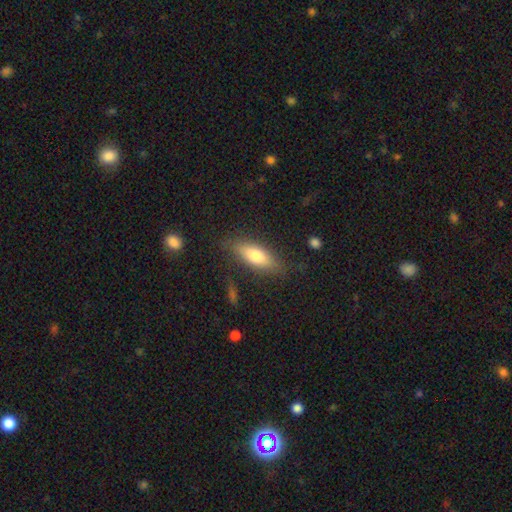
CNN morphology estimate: A smooth galaxy with no disk features (71%) that is in between round and cigar-shaped (66%).

Vote fractions:
- Smooth or featured? smooth: 71% / featured or disk: 22% / star or artifact: 7%
- How rounded? in between: 66% / cigar-shaped: 32% / round: 3%
- Merging? none: 78% / minor disturbance: 15% / major disturbance: 5% / merger: 2%